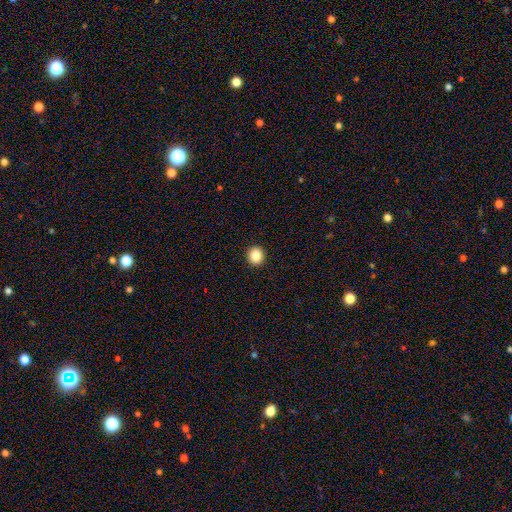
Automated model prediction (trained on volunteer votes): Smooth or featured?
  - smooth: 87% *
  - star or artifact: 9%
  - featured or disk: 4%
How rounded?
  - round: 81% *
  - in between: 18%
  - cigar-shaped: 1%
Merging?
  - none: 93% *
  - minor disturbance: 5%
  - major disturbance: 2%
  - merger: 1%